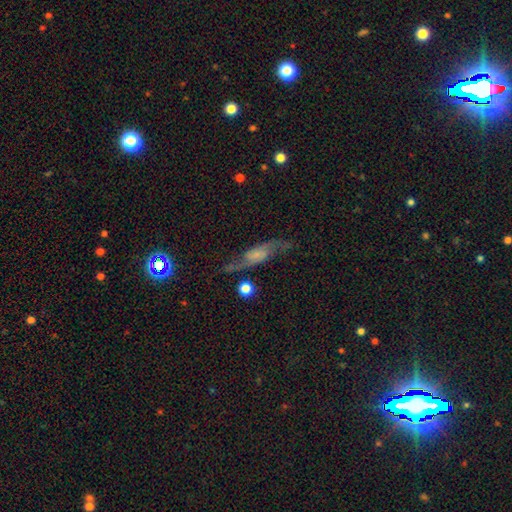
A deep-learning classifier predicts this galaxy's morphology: smooth-or-featured: featured or disk: 72% | smooth: 17% | star or artifact: 11%
  disk-edge-on: no: 77% | yes: 23%
    bar: no: 54% | weak: 34% | strong: 12%
    has-spiral-arms: yes: 91% | no: 9%
      spiral-winding: loose: 70% | medium: 23% | tight: 7%
      spiral-arm-count: 2: 90% | can't tell: 5% | 1: 2% | 3: 1% | 4: 1% | more than 4: 1%
    bulge-size: small: 39% | none: 32% | moderate: 21% | large: 6% | dominant: 2%
  merging: none: 66% | minor disturbance: 19% | major disturbance: 12% | merger: 3%